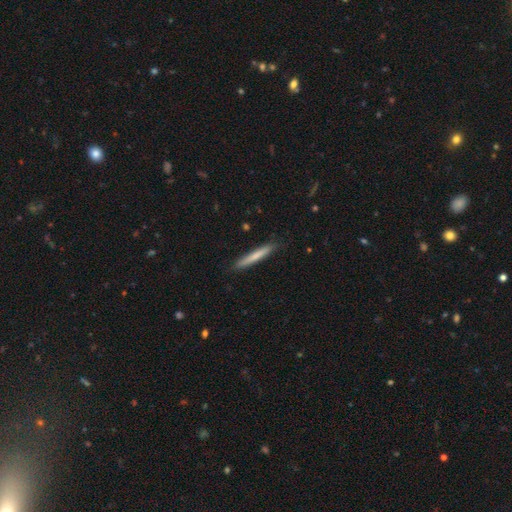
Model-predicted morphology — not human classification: Smooth or featured? smooth (70%)
How rounded? cigar-shaped (96%)
Merging? none (89%)